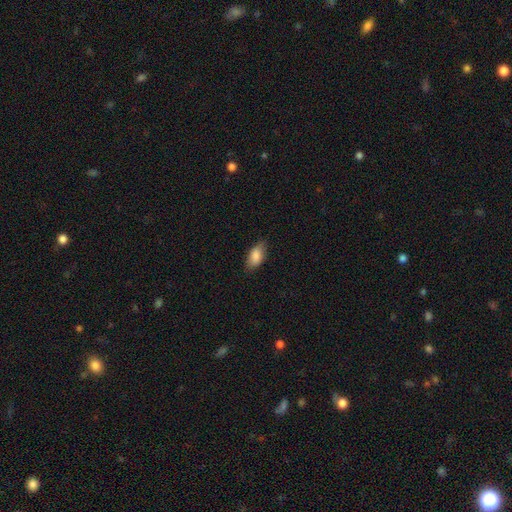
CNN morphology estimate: Overall: smooth (84%). How rounded: in between (91%). Merging: none (77%).